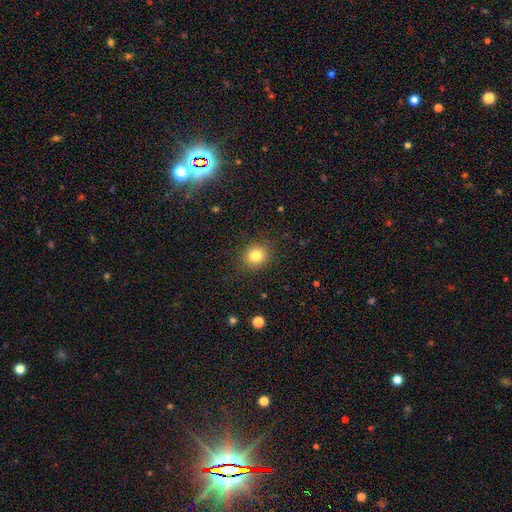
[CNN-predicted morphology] This is clearly a smooth galaxy (81%). How rounded: clearly round (83%). Merging: clearly none (89%).